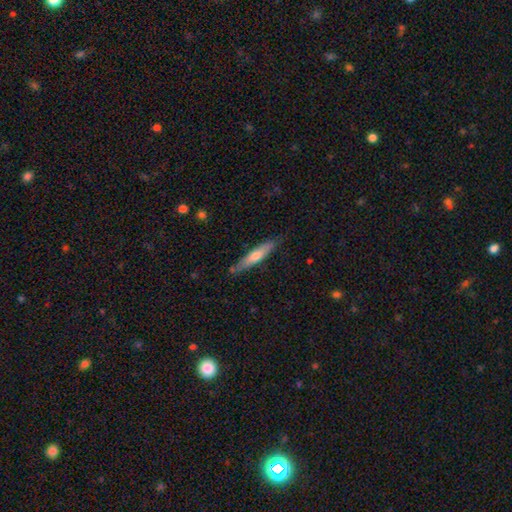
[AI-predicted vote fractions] Smooth or featured?
  - smooth: 54% *
  - featured or disk: 41%
  - star or artifact: 6%
How rounded?
  - cigar-shaped: 86% *
  - in between: 13%
  - round: 1%
Merging?
  - none: 80% *
  - minor disturbance: 15%
  - major disturbance: 2%
  - merger: 2%